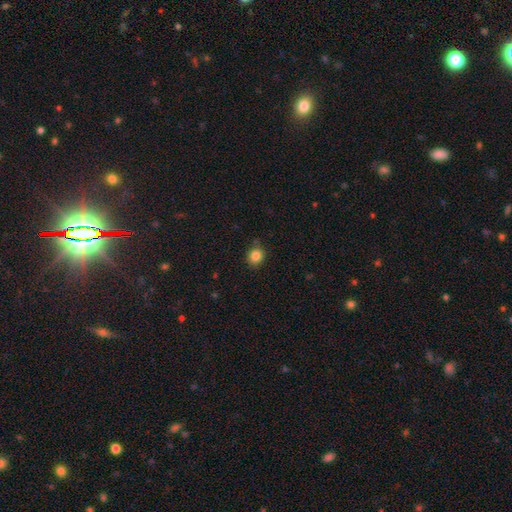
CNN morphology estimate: The model was most divided on "how rounded": round: 80%, in between: 20%, cigar-shaped: 1%. More confident: smooth or featured — smooth (85%); merging — none (84%).